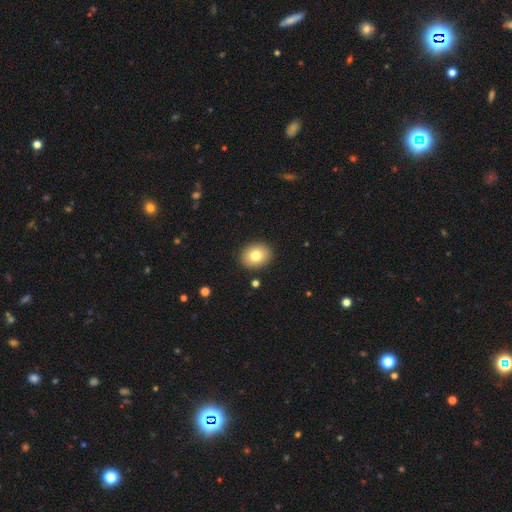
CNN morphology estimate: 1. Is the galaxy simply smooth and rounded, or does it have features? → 79% smooth, 12% featured or disk, 9% star or artifact.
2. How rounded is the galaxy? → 54% round, 45% in between, 1% cigar-shaped.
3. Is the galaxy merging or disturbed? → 90% none, 7% minor disturbance, 2% major disturbance, 1% merger.